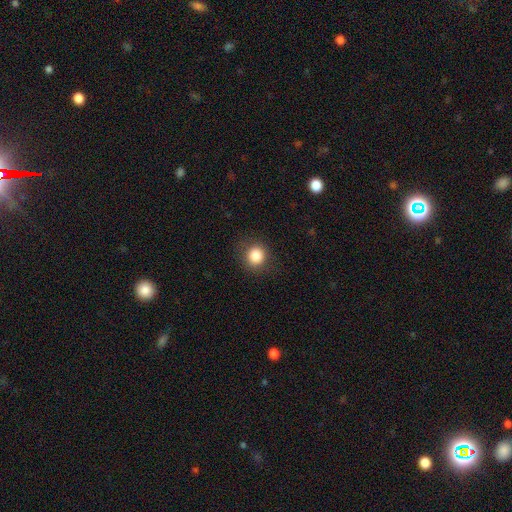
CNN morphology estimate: Smooth or featured? smooth (84%)
How rounded? round (86%)
Merging? none (87%)